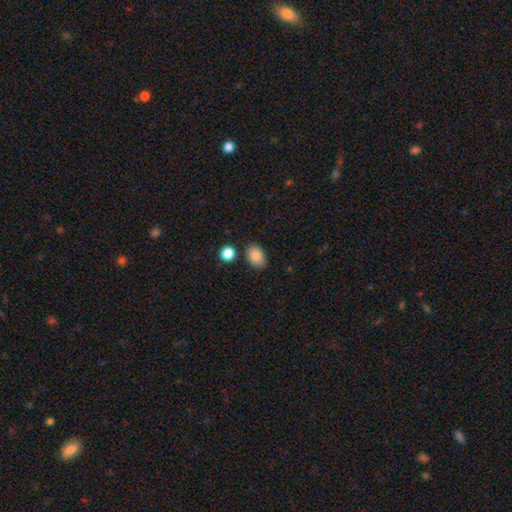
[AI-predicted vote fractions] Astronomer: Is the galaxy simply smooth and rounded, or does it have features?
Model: smooth — 87%.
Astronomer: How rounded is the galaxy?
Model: in between — 83%.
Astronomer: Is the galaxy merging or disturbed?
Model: none — 84%.